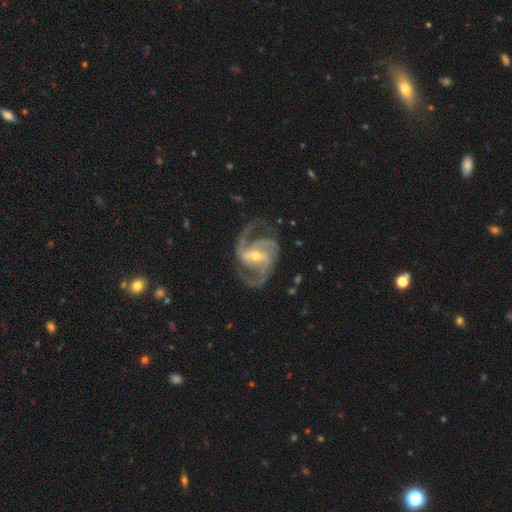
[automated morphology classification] Smooth or featured? Predicted: featured or disk (p=0.93). Edge-on disk? Predicted: no (p=0.98). Bar? Predicted: strong (p=0.40, tied with weak). Spiral arms? Predicted: yes (p=0.98). Spiral winding? Predicted: medium (p=0.60). Spiral arm count? Predicted: 2 (p=0.44). Bulge size? Predicted: small (p=0.51). Merging? Predicted: none (p=0.70).